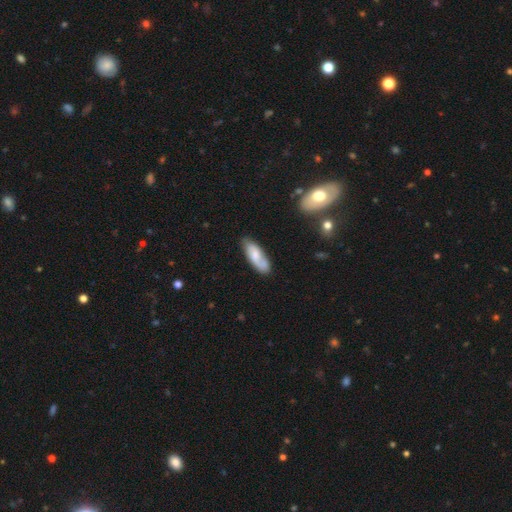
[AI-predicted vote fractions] A smooth galaxy with no disk features (51%) that is in between round and cigar-shaped (70%). Merging: none (69%).